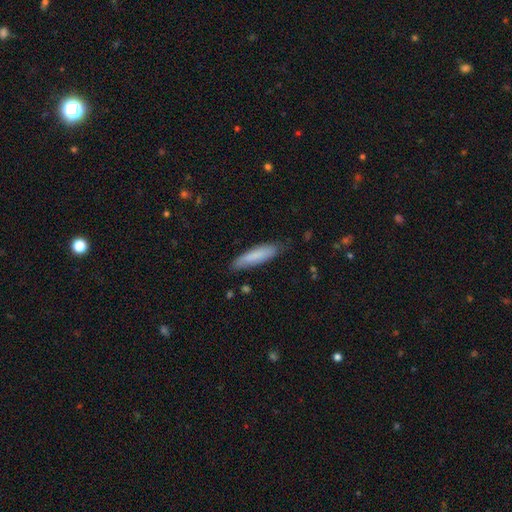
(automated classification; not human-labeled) Smooth or featured: smooth — 81% (featured or disk — 13%)
How rounded: cigar-shaped — 77% (in between — 22%)
Merging: none — 80% (minor disturbance — 16%)